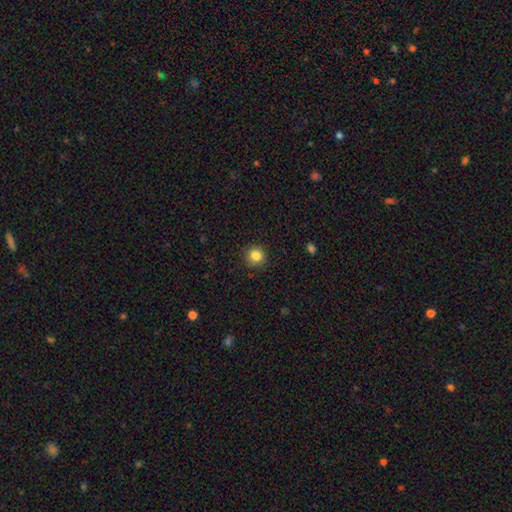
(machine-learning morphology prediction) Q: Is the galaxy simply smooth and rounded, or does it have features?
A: smooth — 84%.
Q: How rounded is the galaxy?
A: round — 93%.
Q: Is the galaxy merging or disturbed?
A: none — 91%.